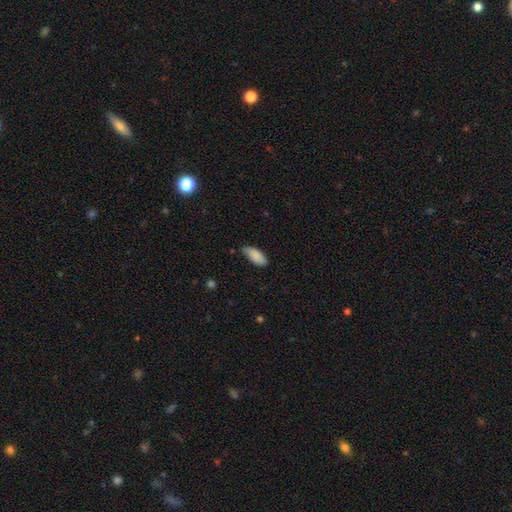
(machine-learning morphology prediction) Overall: smooth (88%). How rounded: in between (86%). Merging: none (63%; minor disturbance 31%).